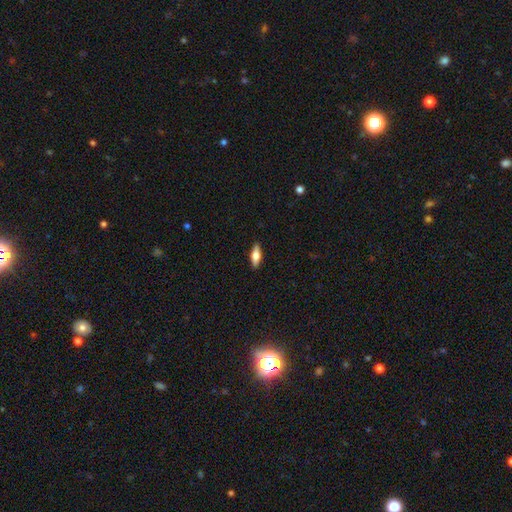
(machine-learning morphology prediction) smooth_or_featured: smooth (p=0.58) [alt: featured or disk p=0.35]
how_rounded: in between (p=0.62) [alt: cigar-shaped p=0.35]
merging: none (p=0.90) [alt: minor disturbance p=0.07]